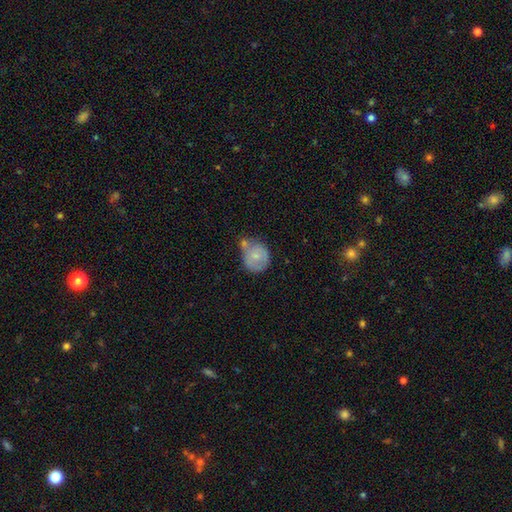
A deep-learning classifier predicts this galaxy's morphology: A smooth galaxy with no disk features (66%) that is round (73%). Merging: none (37%).